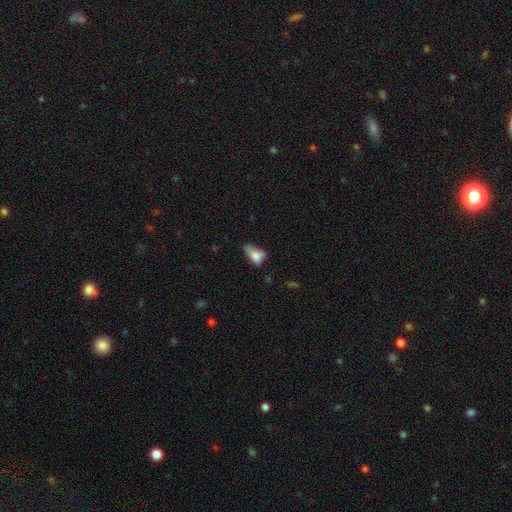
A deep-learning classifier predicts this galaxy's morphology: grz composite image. It shows a smooth galaxy with no disk features (70%) that is in between round and cigar-shaped (85%). Merging: minor disturbance (37%).